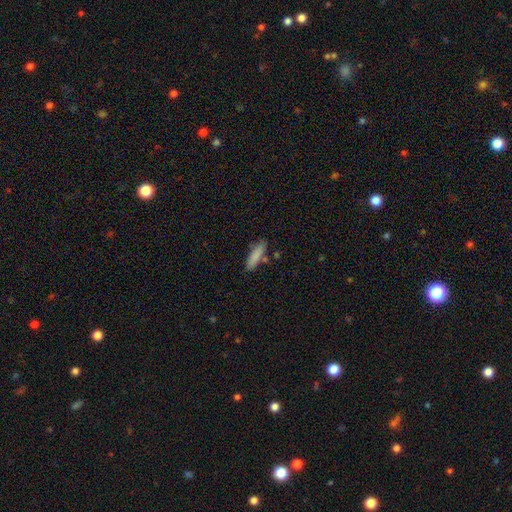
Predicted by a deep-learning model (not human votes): This is clearly a smooth galaxy (85%). How rounded: likely cigar-shaped (62%). Merging: likely none (76%).